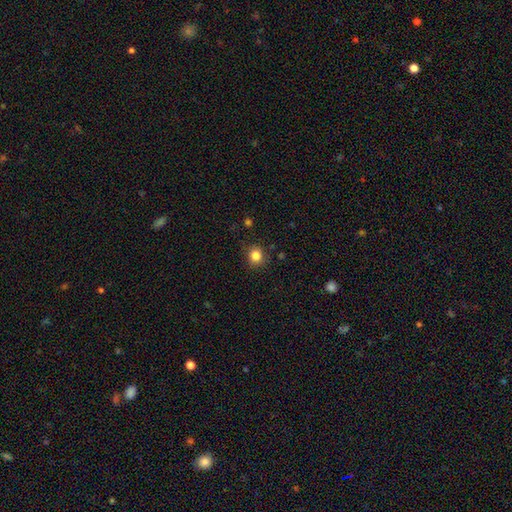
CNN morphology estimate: Smooth or featured?
  - smooth: 84% *
  - star or artifact: 11%
  - featured or disk: 5%
How rounded?
  - round: 85% *
  - in between: 14%
  - cigar-shaped: 1%
Merging?
  - none: 86% *
  - minor disturbance: 9%
  - major disturbance: 3%
  - merger: 1%